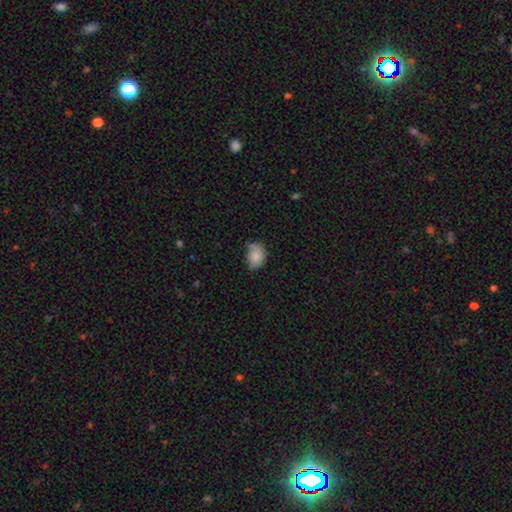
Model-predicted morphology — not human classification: This is clearly a smooth galaxy (83%). How rounded: likely in between (70%). Merging: possibly none (49%).